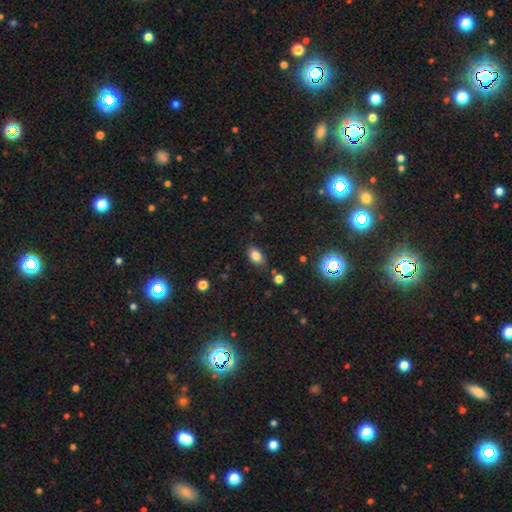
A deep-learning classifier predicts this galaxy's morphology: Smooth or featured? smooth (81%)
How rounded? in between (89%)
Merging? none (79%)